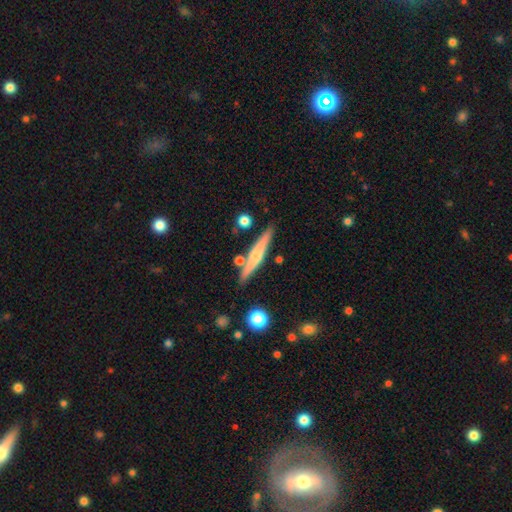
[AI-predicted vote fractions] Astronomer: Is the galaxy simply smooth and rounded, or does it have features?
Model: featured or disk — 52% (runner-up: smooth, 42%).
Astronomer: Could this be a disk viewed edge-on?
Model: yes — 96%.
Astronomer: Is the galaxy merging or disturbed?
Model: none — 81%.